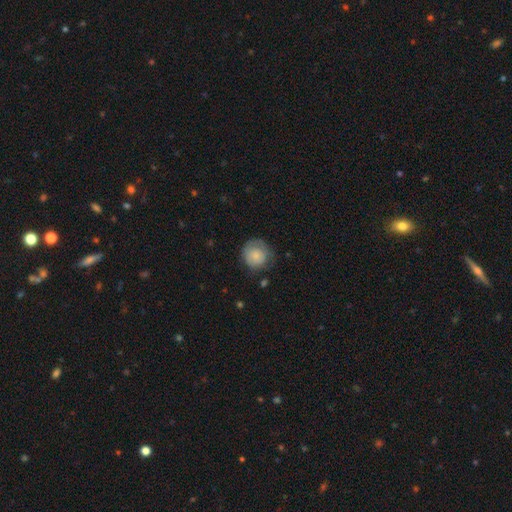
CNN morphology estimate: Q: Smooth or featured?
A: smooth (73%); runner-up: featured or disk (21%)
Q: How rounded?
A: round (88%); runner-up: in between (11%)
Q: Merging?
A: none (60%); runner-up: minor disturbance (26%)